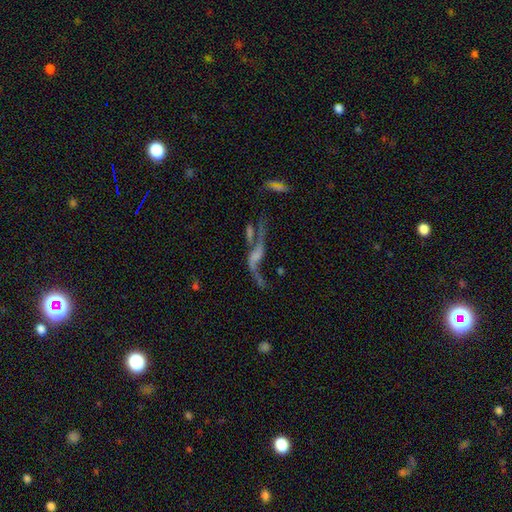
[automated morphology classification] Smooth or featured? Predicted: featured or disk (p=0.69). Edge-on disk? Predicted: no (p=0.86). Bar? Predicted: no (p=0.60). Spiral arms? Predicted: yes (p=0.73). Bulge size? Predicted: none (p=0.55). Merging? Predicted: merger (p=0.34).